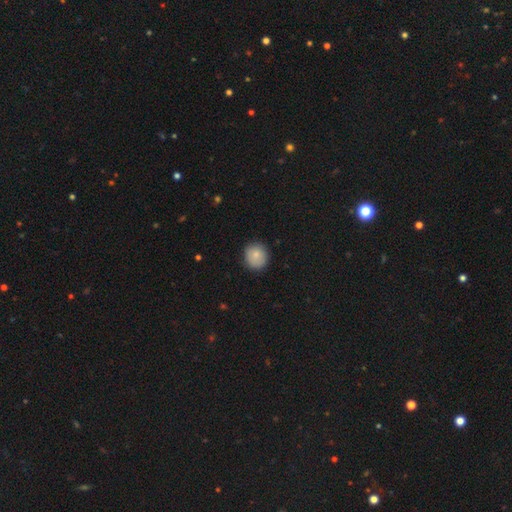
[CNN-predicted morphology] smooth 83%, featured or disk 9%, star or artifact 8%. Down the decision tree: how rounded — round (88%); merging — none (86%).